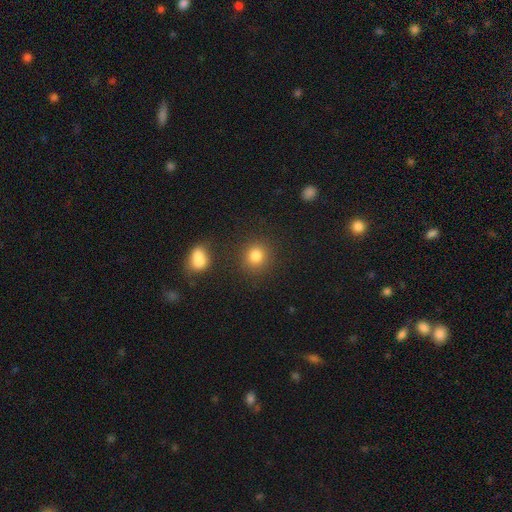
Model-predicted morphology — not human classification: smooth 83%, star or artifact 11%, featured or disk 6%. Down the decision tree: how rounded — round (84%); merging — none (84%).